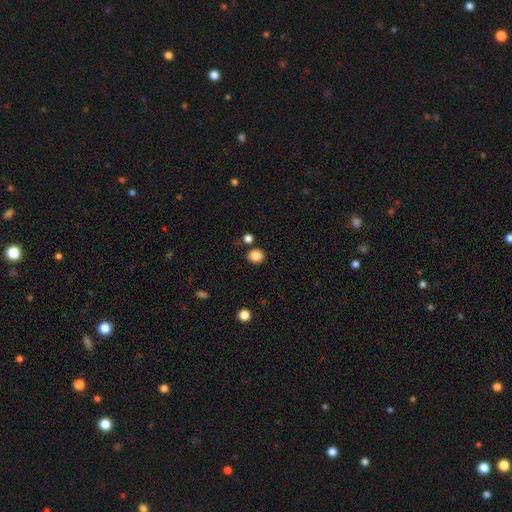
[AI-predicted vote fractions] This appears to be a smooth galaxy with no disk features (85%) that is round (75%). Merging: none (83%).